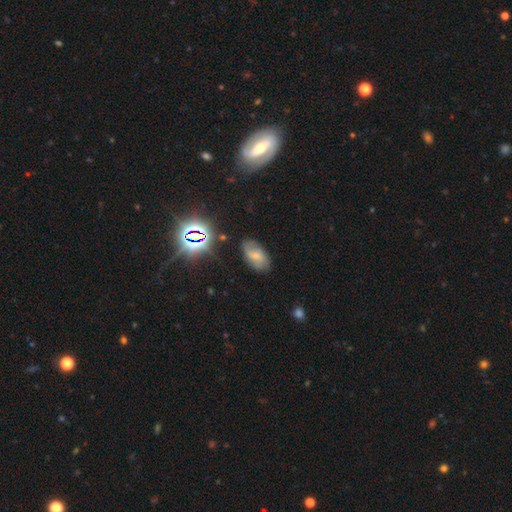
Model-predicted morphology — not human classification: Smooth or featured?
  - smooth: 52% *
  - featured or disk: 32%
  - star or artifact: 16%
How rounded?
  - in between: 92% *
  - round: 6%
  - cigar-shaped: 2%
Merging?
  - none: 72% *
  - minor disturbance: 20%
  - major disturbance: 6%
  - merger: 2%